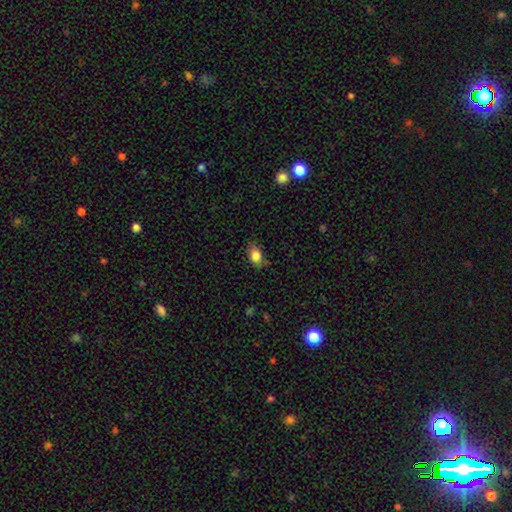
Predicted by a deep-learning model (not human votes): A smooth galaxy with no disk features (84%) that is in between round and cigar-shaped (80%). Merging: none (71%).